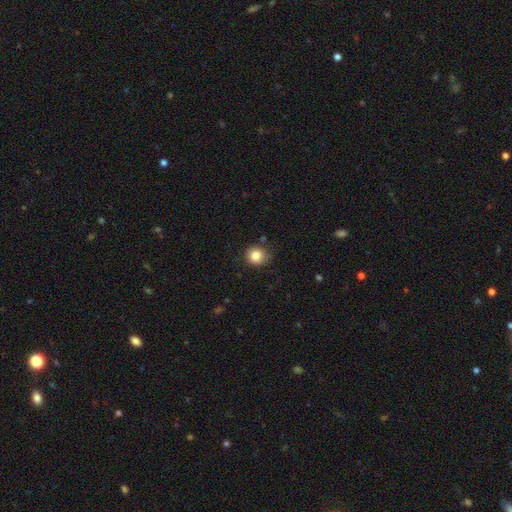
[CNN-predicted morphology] This appears to be a smooth galaxy with no disk features (84%) that is round (83%). Merging: none (77%).